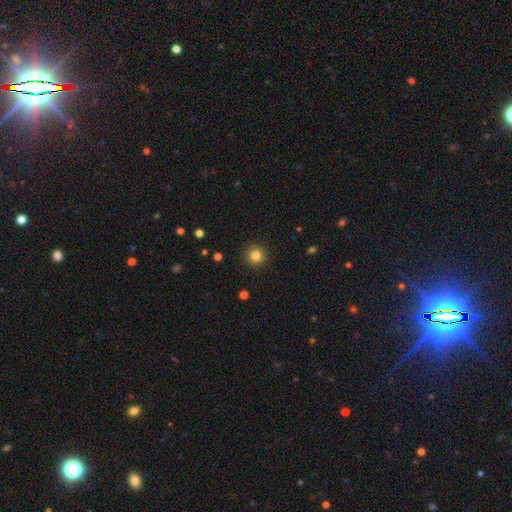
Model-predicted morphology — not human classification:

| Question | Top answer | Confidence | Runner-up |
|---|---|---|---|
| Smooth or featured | smooth | 83% | star or artifact (12%) |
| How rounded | round | 95% | in between (4%) |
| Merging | none | 92% | minor disturbance (5%) |